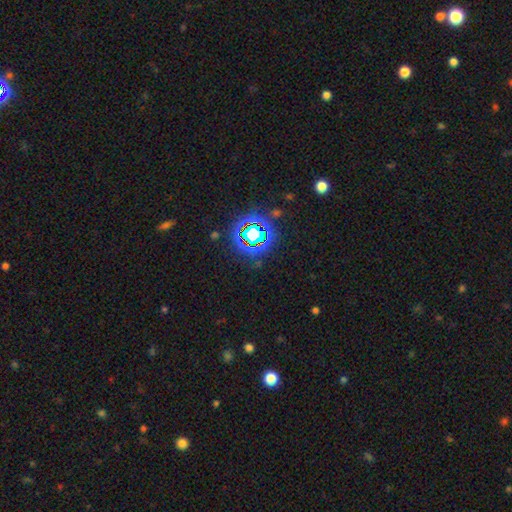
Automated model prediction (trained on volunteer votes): This is clearly a star or artifact rather than a galaxy (80%).